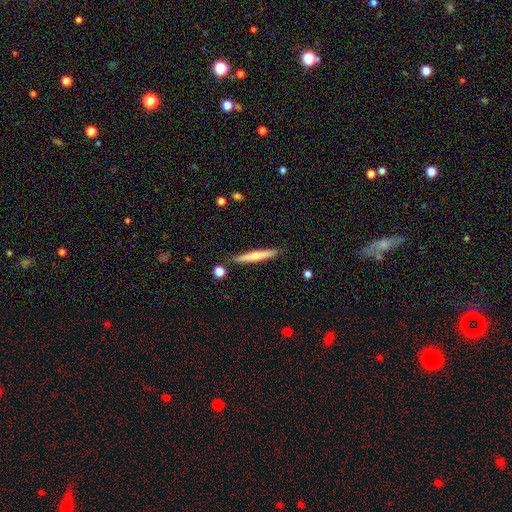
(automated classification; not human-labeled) The model was most divided on "smooth or featured": smooth: 51%, featured or disk: 44%, star or artifact: 5%. More confident: how rounded — cigar-shaped (95%); merging — none (88%).